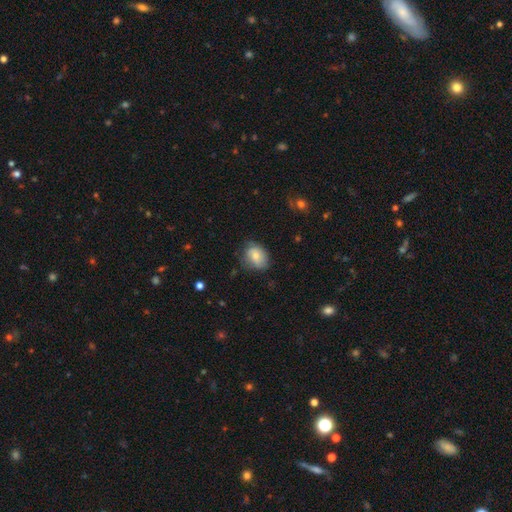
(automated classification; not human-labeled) A smooth galaxy with no disk features (68%) that is in between round and cigar-shaped (55%). Merging: none (62%).